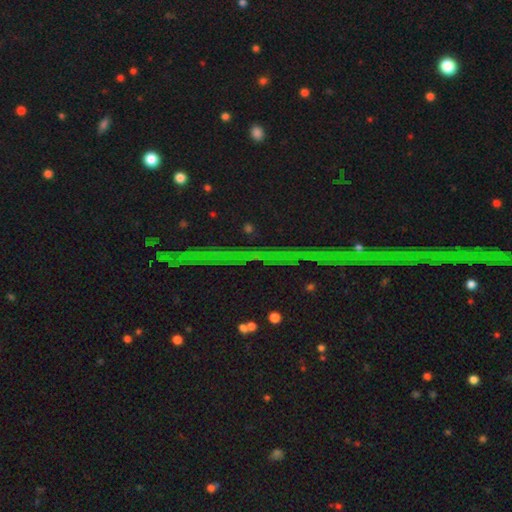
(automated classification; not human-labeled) Morphology: type=star or artifact (86%).